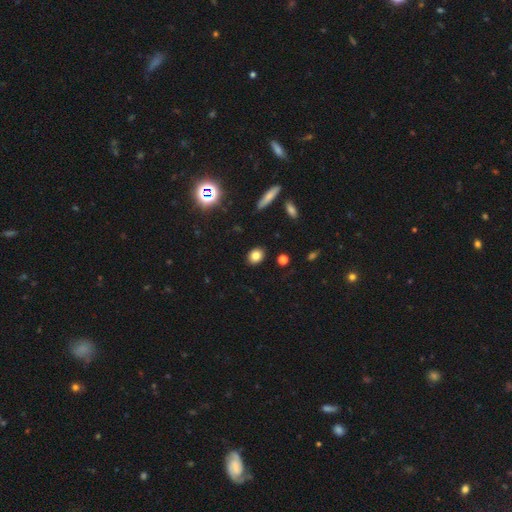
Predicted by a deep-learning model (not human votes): This is clearly a smooth galaxy (81%). How rounded: possibly in between (50%). Merging: clearly none (89%).